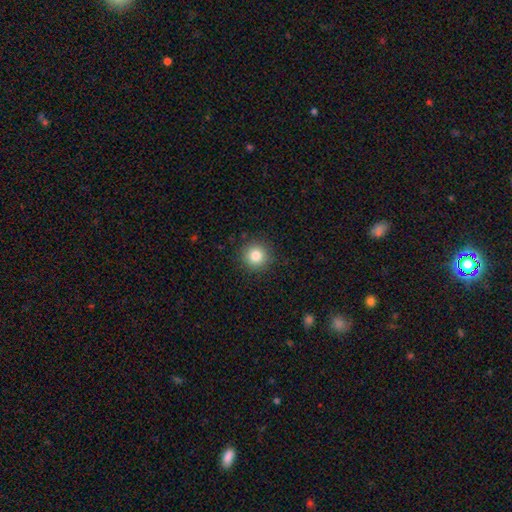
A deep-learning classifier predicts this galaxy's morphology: smooth_or_featured: smooth (p=0.83) [alt: star or artifact p=0.11]
how_rounded: round (p=0.94) [alt: in between p=0.05]
merging: none (p=0.90) [alt: minor disturbance p=0.07]